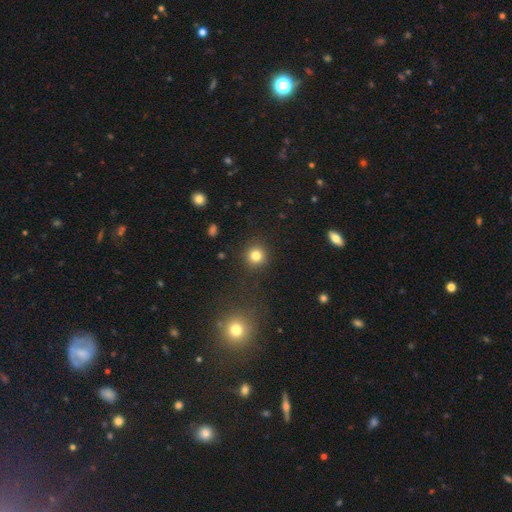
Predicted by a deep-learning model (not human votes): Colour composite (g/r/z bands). It shows a smooth galaxy with no disk features (82%) that is round (92%). Merging: none (89%).